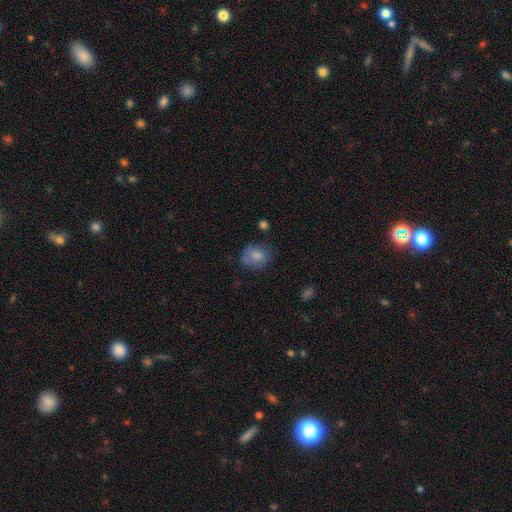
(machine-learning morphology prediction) smooth 78%, featured or disk 13%, star or artifact 9%. Down the decision tree: how rounded — round (52%); merging — none (60%).